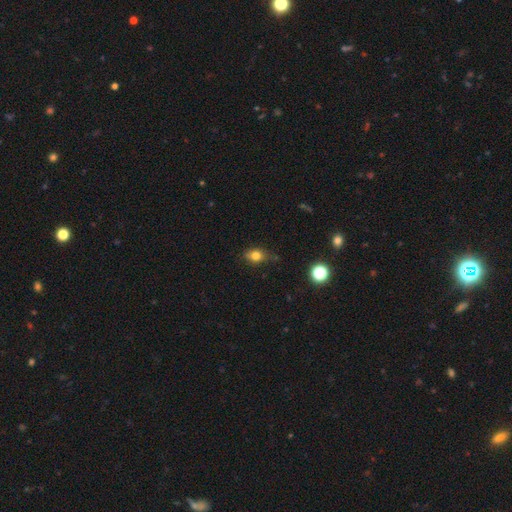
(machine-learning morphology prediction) The model was most divided on "how rounded": in between: 61%, round: 36%, cigar-shaped: 3%. More confident: smooth or featured — smooth (76%); merging — none (71%).